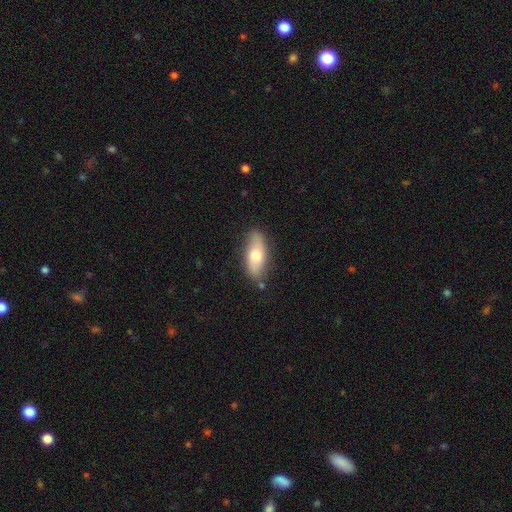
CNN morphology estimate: Smooth or featured: smooth — 65% (featured or disk — 29%)
How rounded: in between — 77% (cigar-shaped — 20%)
Merging: none — 79% (minor disturbance — 16%)